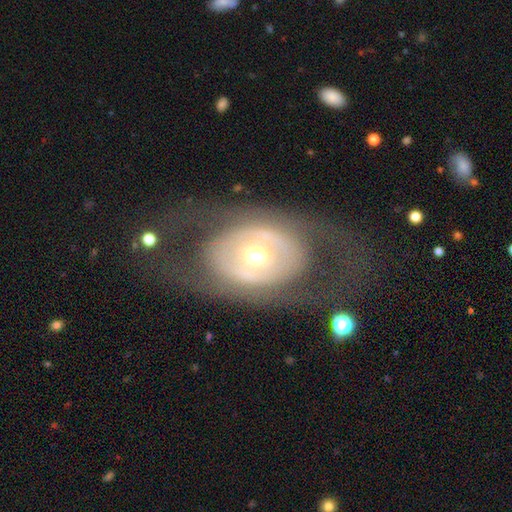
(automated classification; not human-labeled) Q: Smooth or featured?
A: featured or disk (67%); runner-up: smooth (27%)
Q: Edge-on disk?
A: no (91%); runner-up: yes (9%)
Q: Bar?
A: no (70%); runner-up: weak (18%)
Q: Spiral arms?
A: no (78%); runner-up: yes (22%)
Q: Bulge size?
A: moderate (62%); runner-up: small (28%)
Q: Merging?
A: none (68%); runner-up: major disturbance (17%)